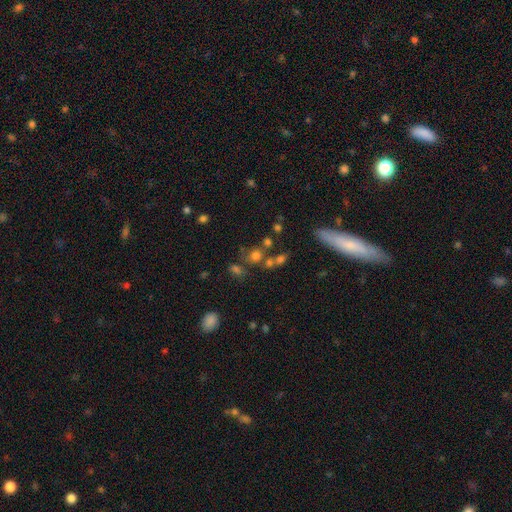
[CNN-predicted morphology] type=smooth (66%); roundness=round (77%); merging=none (55%).